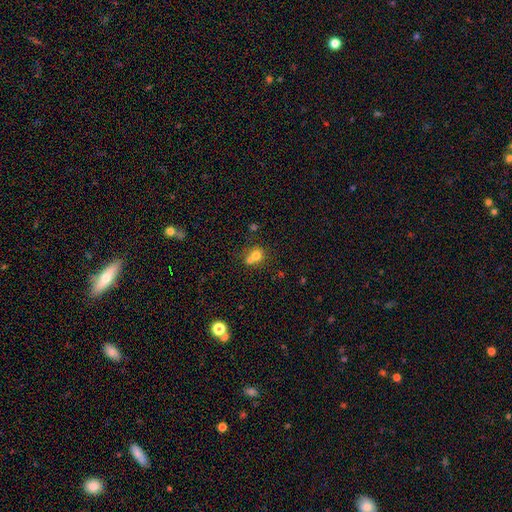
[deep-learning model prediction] This is likely a smooth galaxy (73%). How rounded: clearly round (82%). Merging: possibly merger (48%).